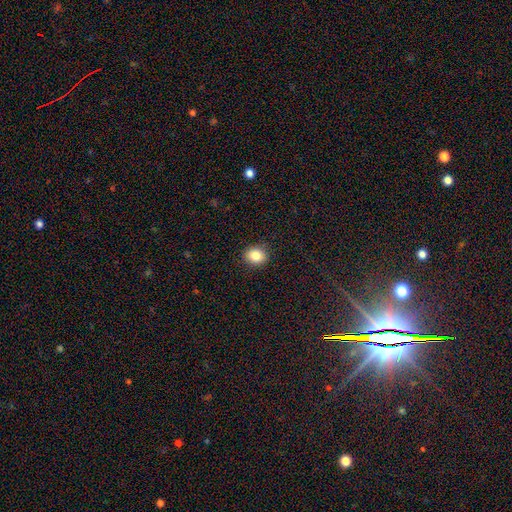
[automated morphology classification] smooth 85%, star or artifact 9%, featured or disk 6%. Down the decision tree: how rounded — round (65%); merging — none (91%).